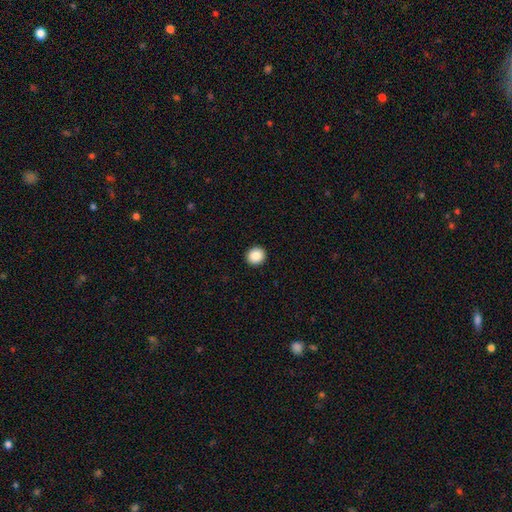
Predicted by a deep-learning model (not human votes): Smooth or featured?
  - smooth: 88% *
  - star or artifact: 9%
  - featured or disk: 3%
How rounded?
  - round: 89% *
  - in between: 11%
  - cigar-shaped: 1%
Merging?
  - none: 93% *
  - minor disturbance: 5%
  - major disturbance: 2%
  - merger: 1%